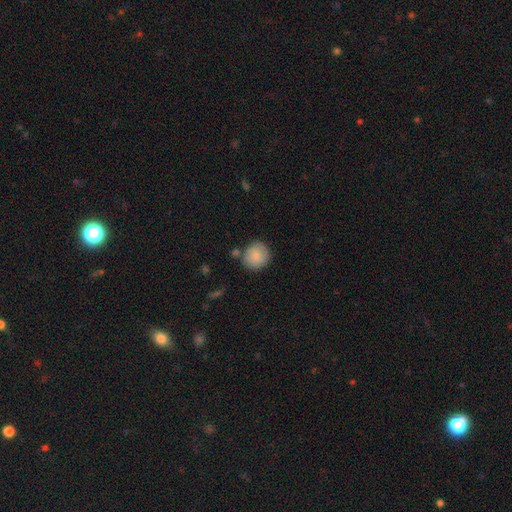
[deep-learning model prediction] Smooth or featured? smooth (84%)
How rounded? round (90%)
Merging? none (73%)